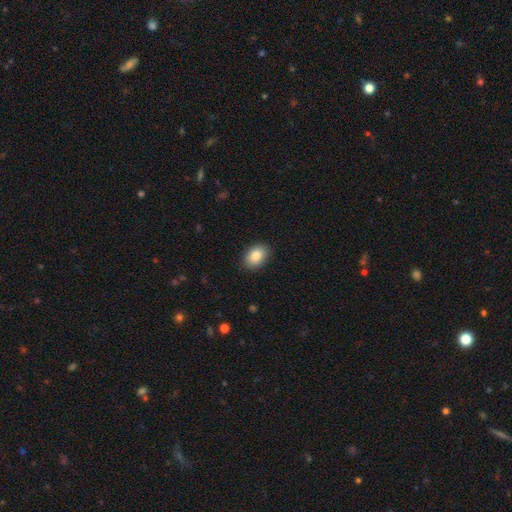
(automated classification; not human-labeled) Overall: smooth (86%). How rounded: in between (82%). Merging: none (89%).